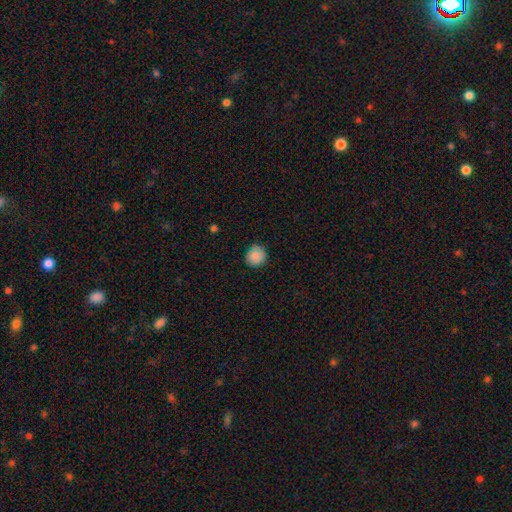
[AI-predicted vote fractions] Smooth or featured? Predicted: smooth (p=0.87). How rounded? Predicted: round (p=0.89). Merging? Predicted: none (p=0.81).